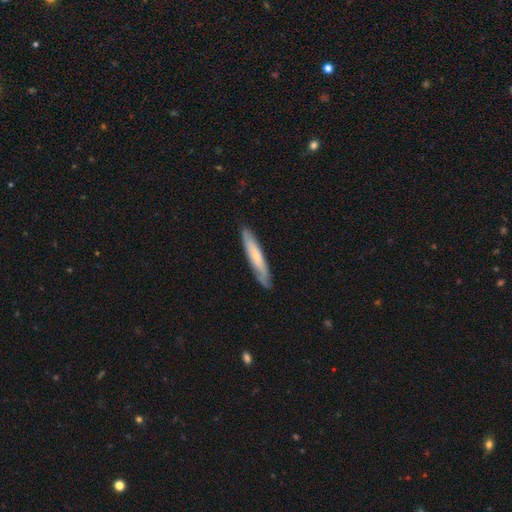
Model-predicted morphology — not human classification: A smooth galaxy with no disk features (59%) that is cigar-shaped (91%).

Vote fractions:
- Smooth or featured? smooth: 59% / featured or disk: 36% / star or artifact: 6%
- How rounded? cigar-shaped: 91% / in between: 8% / round: 1%
- Merging? none: 84% / minor disturbance: 13% / major disturbance: 2% / merger: 1%